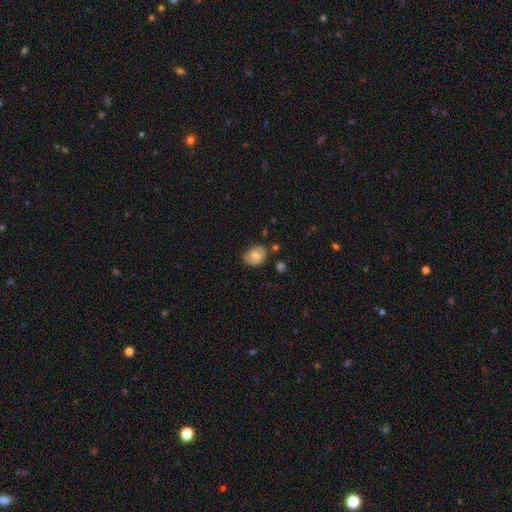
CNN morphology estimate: This is likely a smooth galaxy (65%). How rounded: possibly in between (58%). Merging: likely none (61%).